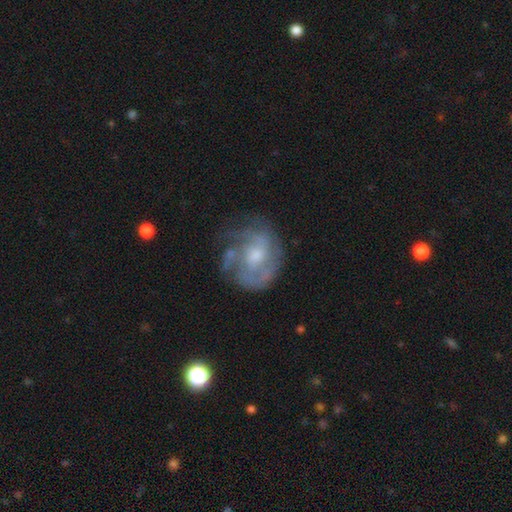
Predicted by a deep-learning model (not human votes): This is likely a featured or disk galaxy (75%). It is clearly not viewed edge-on (97%). Bar: likely no (65%). Spiral arm pattern: clearly yes (81%). Spiral arm count: marginally can't tell (38%). Spiral winding: possibly tight (46%). Central bulge: possibly moderate (54%). Merging: possibly none (57%).